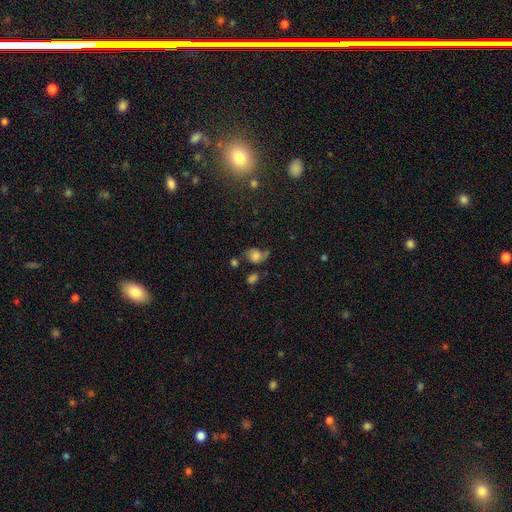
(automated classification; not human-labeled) This is likely a smooth galaxy (67%). How rounded: possibly round (59%). Merging: marginally none (42%).